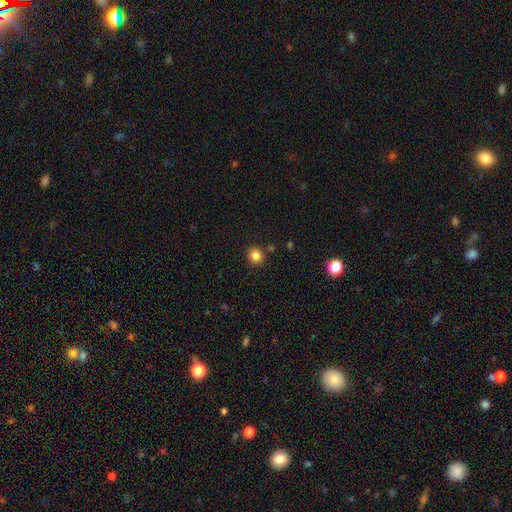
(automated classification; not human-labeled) Morphology: type=smooth (84%); roundness=round (89%); merging=none (86%).